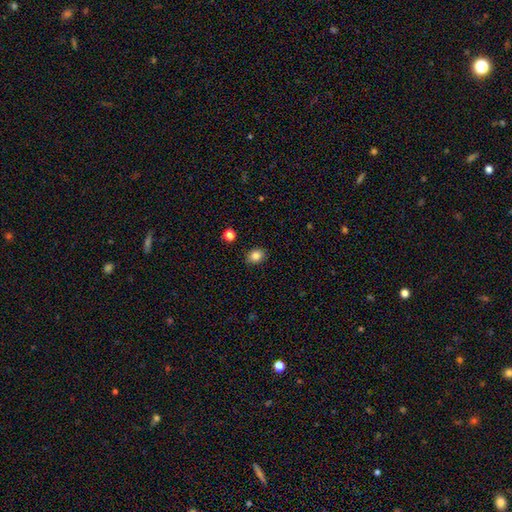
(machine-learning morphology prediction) A smooth galaxy with no disk features (84%) that is in between round and cigar-shaped (57%). Merging: none (87%).